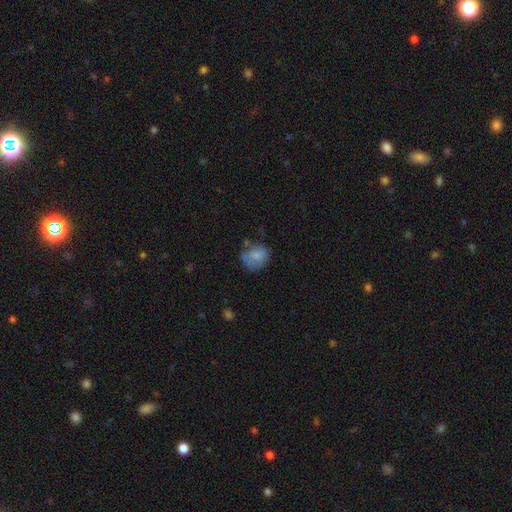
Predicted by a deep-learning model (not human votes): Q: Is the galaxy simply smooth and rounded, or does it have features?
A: smooth — 76%.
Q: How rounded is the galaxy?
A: round — 65%.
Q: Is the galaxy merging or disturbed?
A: none — 55%.